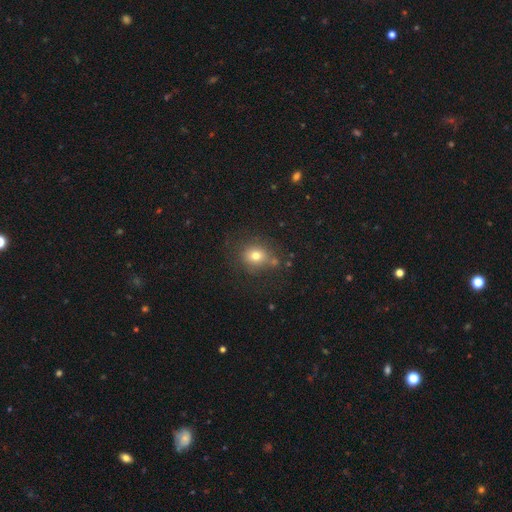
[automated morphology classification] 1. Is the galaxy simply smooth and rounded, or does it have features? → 74% smooth, 15% star or artifact, 11% featured or disk.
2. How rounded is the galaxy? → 76% round, 23% in between, 1% cigar-shaped.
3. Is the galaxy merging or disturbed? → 71% none, 15% minor disturbance, 9% merger, 6% major disturbance.